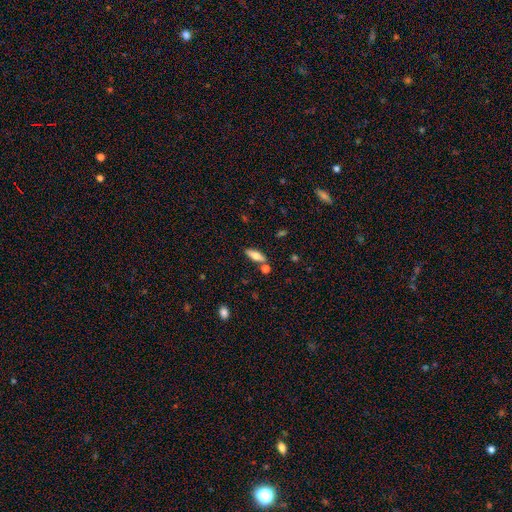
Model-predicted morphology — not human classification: Q: Smooth or featured?
A: smooth (62%); runner-up: featured or disk (30%)
Q: How rounded?
A: in between (58%); runner-up: cigar-shaped (39%)
Q: Merging?
A: none (74%); runner-up: merger (12%)